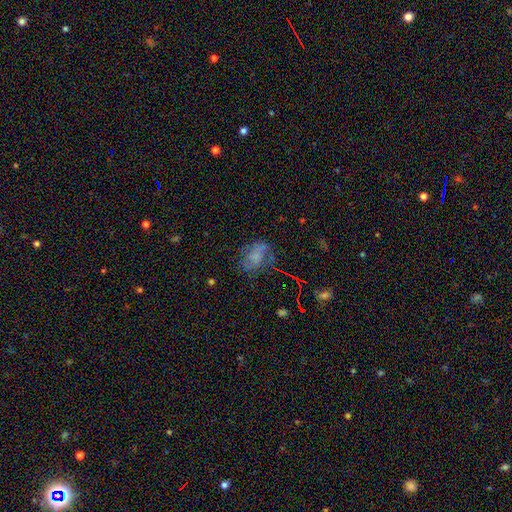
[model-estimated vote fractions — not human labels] A smooth galaxy with no disk features (52%) that is in between round and cigar-shaped (78%). Merging: none (49%).